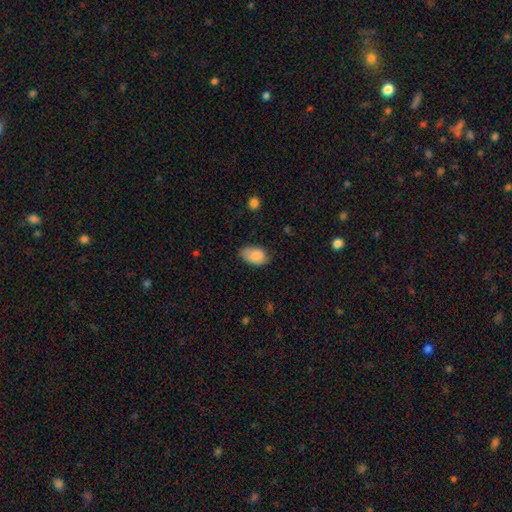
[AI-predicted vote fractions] Overall: smooth (86%). How rounded: in between (90%). Merging: none (65%; minor disturbance 29%).